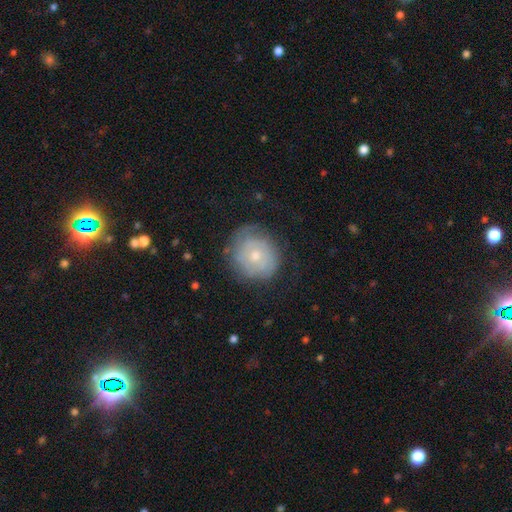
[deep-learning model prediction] Smooth or featured? Predicted: featured or disk (p=0.53). Edge-on disk? Predicted: no (p=0.97). Bar? Predicted: no (p=0.83). Spiral arms? Predicted: yes (p=0.72). Bulge size? Predicted: small (p=0.50). Merging? Predicted: none (p=0.70).